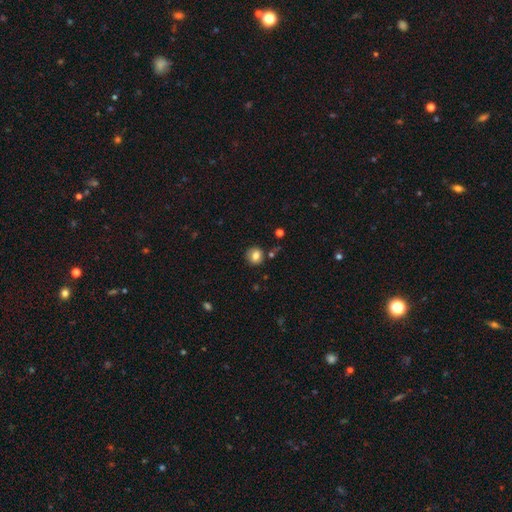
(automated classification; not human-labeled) Smooth or featured? smooth (78%)
How rounded? round (81%)
Merging? none (76%)